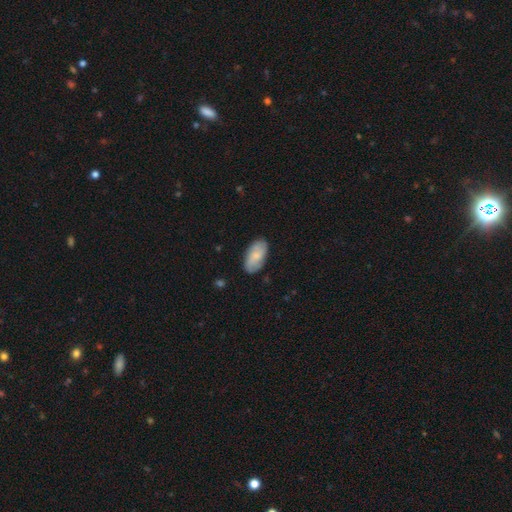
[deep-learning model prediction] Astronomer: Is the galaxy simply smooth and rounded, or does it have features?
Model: smooth — 64%.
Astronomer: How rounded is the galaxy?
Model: in between — 94%.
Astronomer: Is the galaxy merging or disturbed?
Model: none — 82%.